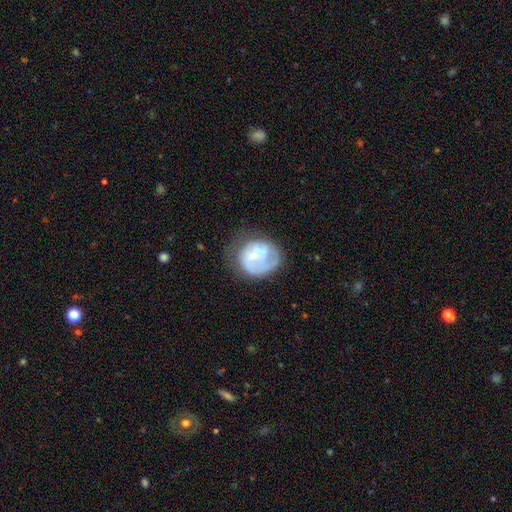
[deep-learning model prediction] This is possibly a featured or disk galaxy (54%). It is clearly not viewed edge-on (98%). Bar: likely no (70%). Spiral arm pattern: possibly no (51%). Central bulge: marginally small (45%). Merging: marginally none (44%).